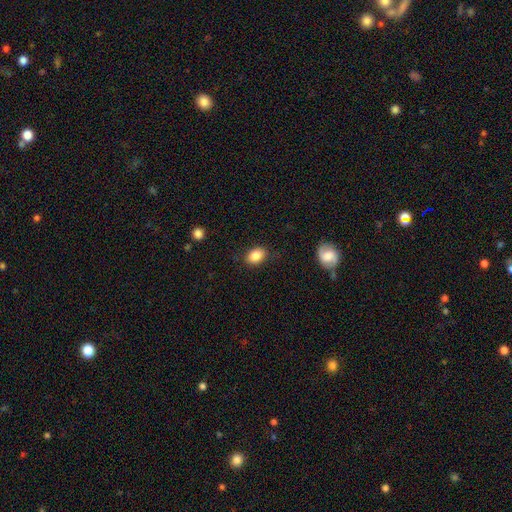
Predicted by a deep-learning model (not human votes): The model was most divided on "how rounded": in between: 77%, round: 22%, cigar-shaped: 1%. More confident: smooth or featured — smooth (86%); merging — none (85%).